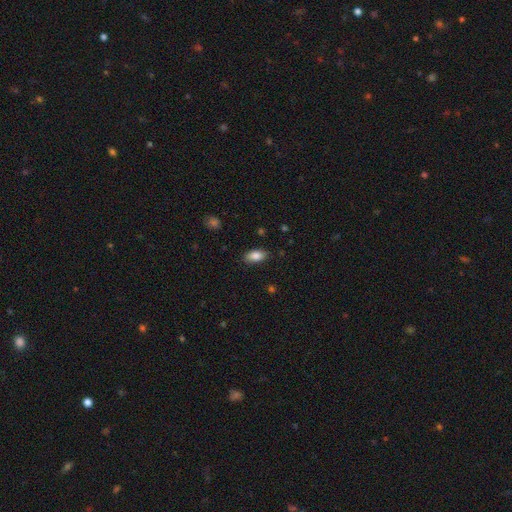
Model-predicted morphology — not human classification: type=smooth (85%); roundness=in between (90%); merging=none (86%).